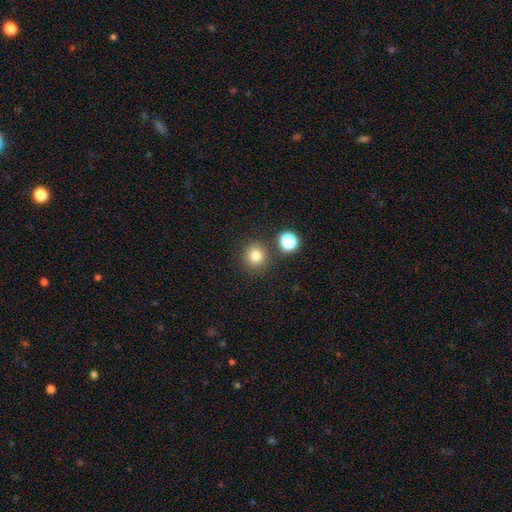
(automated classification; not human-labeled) The model was most divided on "smooth or featured": smooth: 79%, star or artifact: 14%, featured or disk: 7%. More confident: how rounded — round (92%); merging — none (83%).